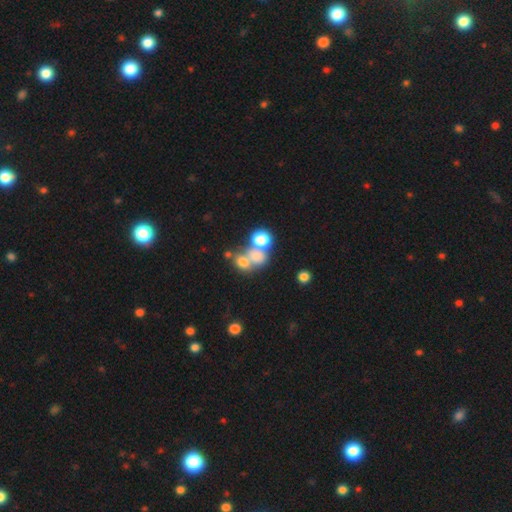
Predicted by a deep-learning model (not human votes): This is likely a smooth galaxy (69%). How rounded: likely round (62%). Merging: possibly merger (55%).